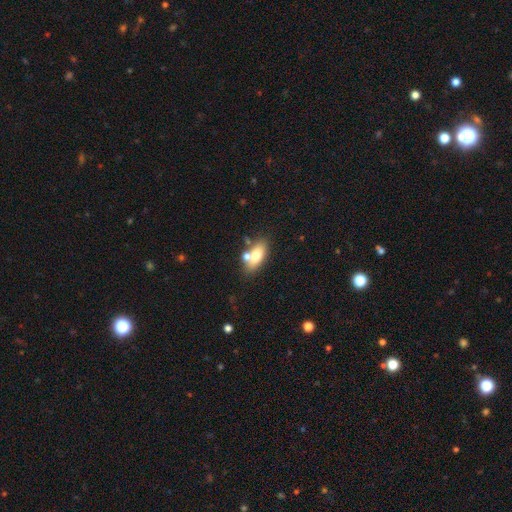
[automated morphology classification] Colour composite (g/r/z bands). It shows a smooth galaxy with no disk features (69%) that is in between round and cigar-shaped (81%). Merging: none (61%).